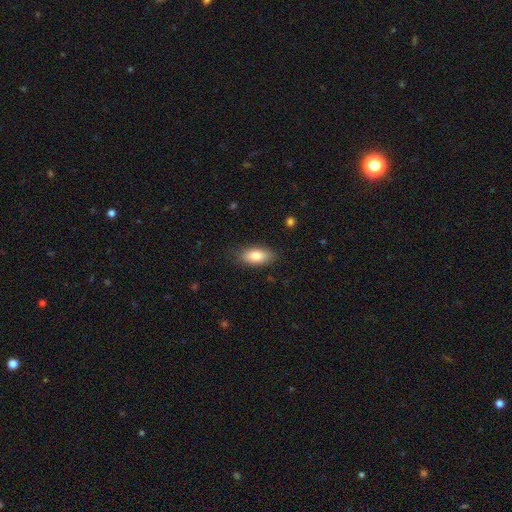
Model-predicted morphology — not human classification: Smooth or featured? smooth (81%)
How rounded? in between (88%)
Merging? none (84%)